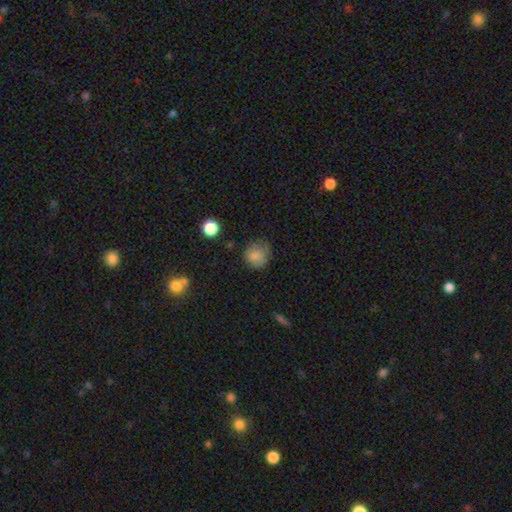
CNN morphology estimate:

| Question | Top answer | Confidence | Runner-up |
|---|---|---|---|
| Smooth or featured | smooth | 81% | star or artifact (11%) |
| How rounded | round | 79% | in between (20%) |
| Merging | none | 61% | minor disturbance (28%) |